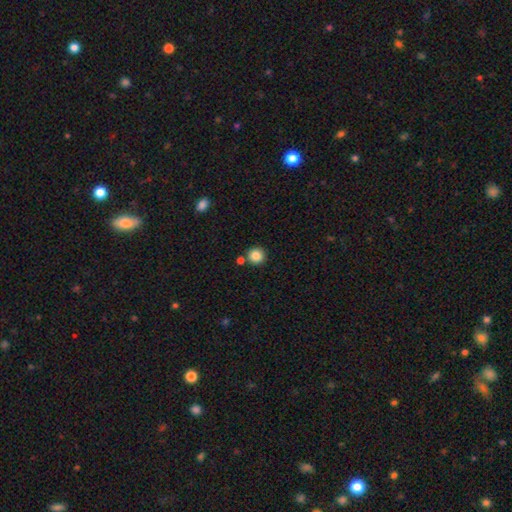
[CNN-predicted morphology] smooth_or_featured: smooth (p=0.85) [alt: star or artifact p=0.10]
how_rounded: round (p=0.94) [alt: in between p=0.05]
merging: none (p=0.82) [alt: merger p=0.09]